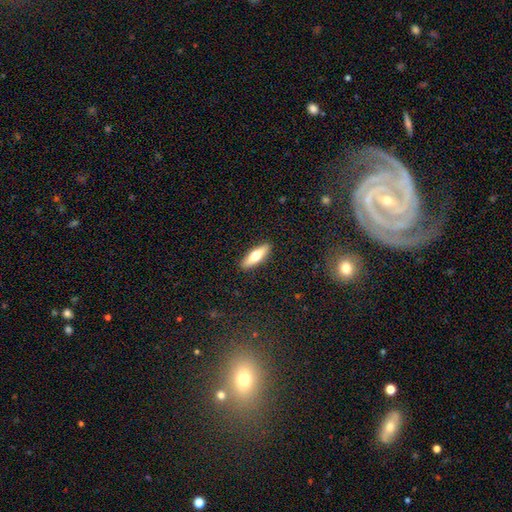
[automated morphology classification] A smooth galaxy with no disk features (60%) that is cigar-shaped (58%). Merging: none (91%).